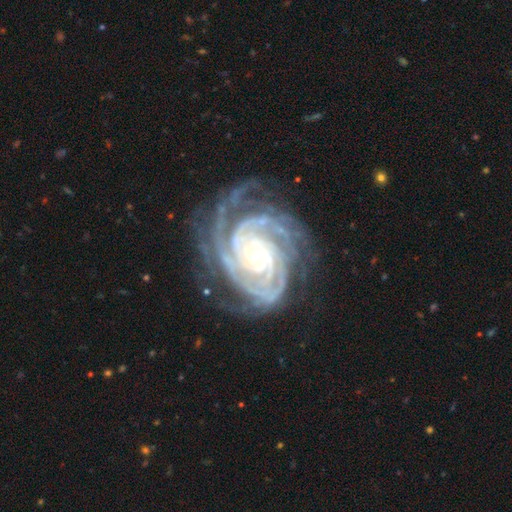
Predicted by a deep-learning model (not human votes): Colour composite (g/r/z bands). It shows a featured or disk galaxy (93%) with no bar (72%), 4 (29%) tight (80%) spiral arms (99%) and a small central bulge (78%). Merging: none (67%).